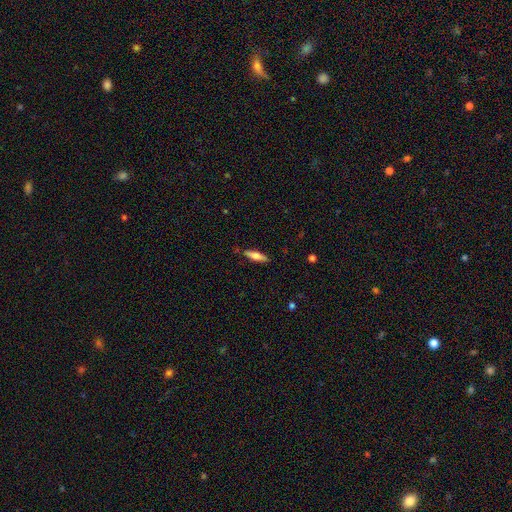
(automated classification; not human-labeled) A smooth galaxy with no disk features (62%) that is cigar-shaped (64%). Merging: none (85%).